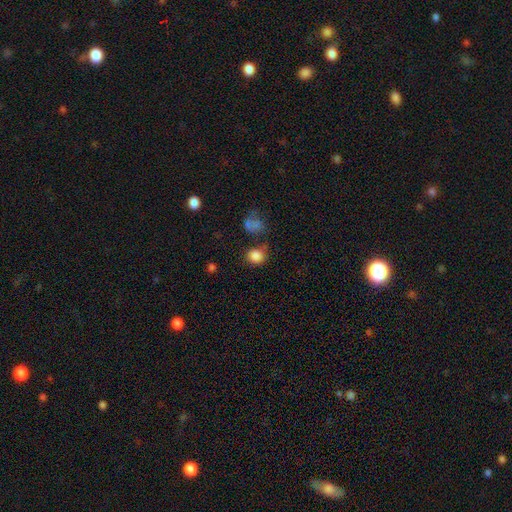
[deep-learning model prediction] smooth 83%, star or artifact 12%, featured or disk 5%. Down the decision tree: how rounded — round (81%); merging — none (68%).